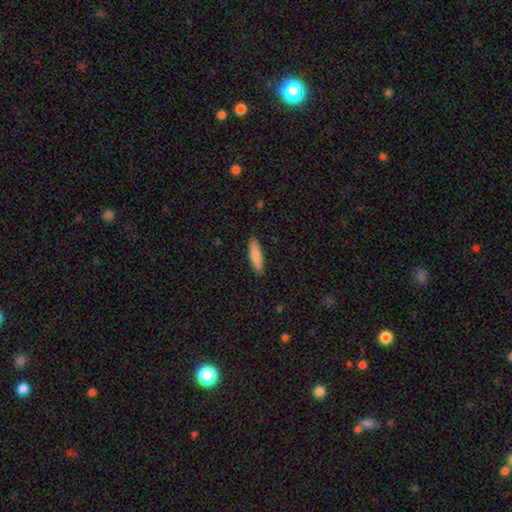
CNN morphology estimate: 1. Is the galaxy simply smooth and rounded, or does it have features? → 85% smooth, 9% featured or disk, 6% star or artifact.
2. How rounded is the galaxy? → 69% cigar-shaped, 30% in between, 1% round.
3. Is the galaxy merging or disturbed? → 90% none, 8% minor disturbance, 2% major disturbance, 1% merger.